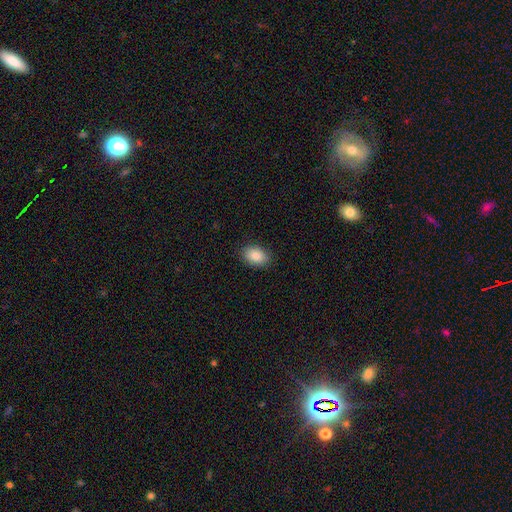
Smooth or featured? 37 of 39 (95%) said smooth. How rounded? 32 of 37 (86%) said in between. Merging? 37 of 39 (95%) said none.